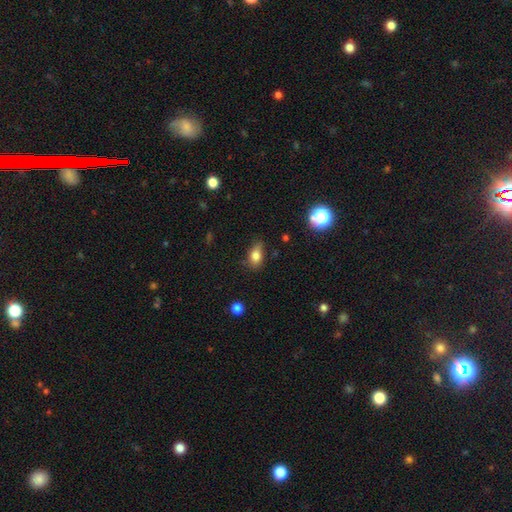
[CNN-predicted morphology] Smooth or featured? smooth (80%)
How rounded? in between (78%)
Merging? none (64%)